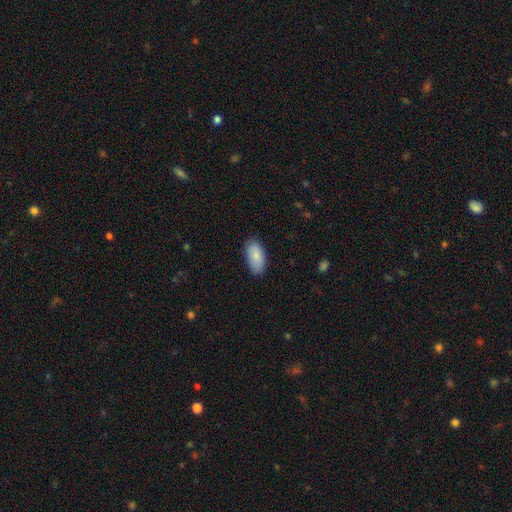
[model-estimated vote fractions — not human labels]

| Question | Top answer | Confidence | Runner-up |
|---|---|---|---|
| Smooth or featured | smooth | 84% | featured or disk (10%) |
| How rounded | in between | 93% | cigar-shaped (4%) |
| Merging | none | 81% | minor disturbance (15%) |